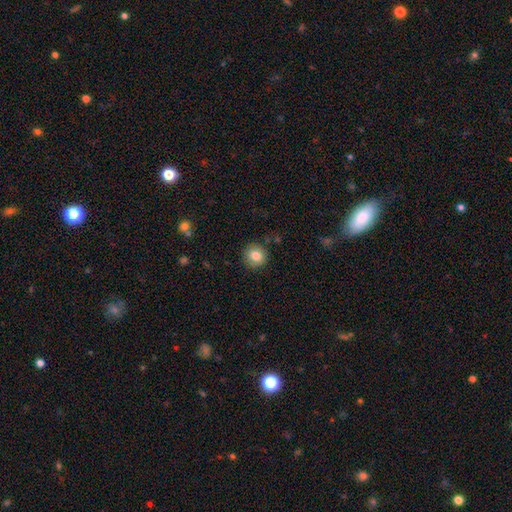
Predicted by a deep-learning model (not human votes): This appears to be a smooth galaxy with no disk features (83%) that is round (93%). Merging: none (89%).